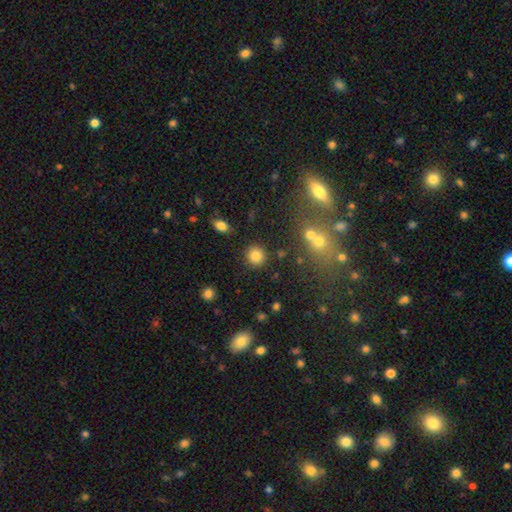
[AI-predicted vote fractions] This appears to be a smooth galaxy with no disk features (83%) that is round (92%). Merging: none (87%).